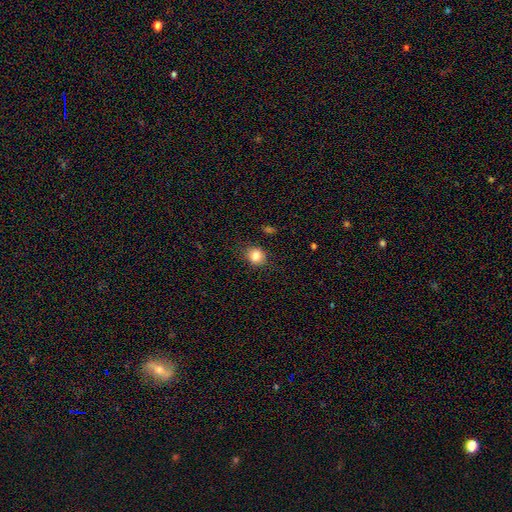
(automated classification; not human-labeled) The model was most divided on "how rounded": round: 75%, in between: 24%, cigar-shaped: 1%. More confident: merging — none (84%); smooth or featured — smooth (84%).